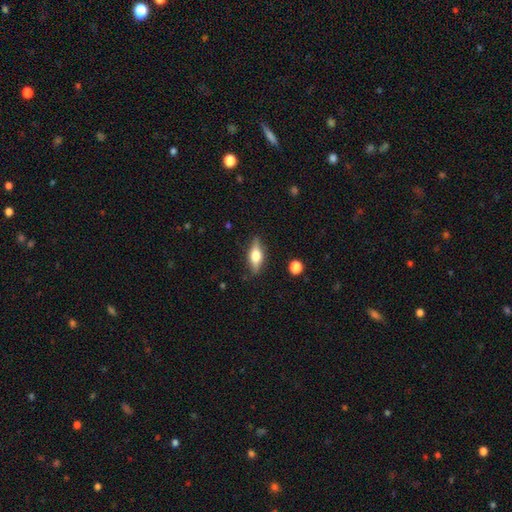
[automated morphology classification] Smooth or featured? Predicted: featured or disk (p=0.47). Merging? Predicted: none (p=0.84).